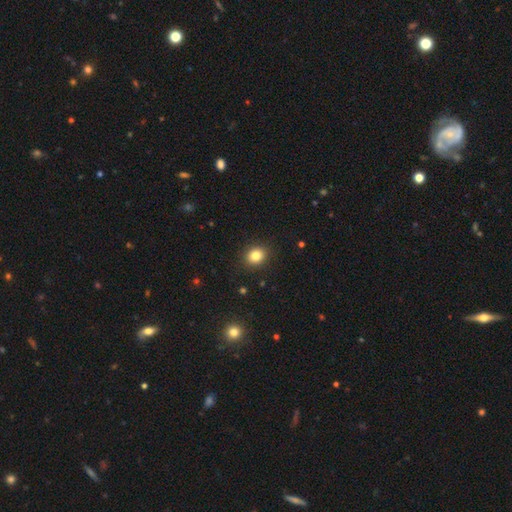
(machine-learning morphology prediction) Smooth or featured?
  - smooth: 83% *
  - star or artifact: 11%
  - featured or disk: 6%
How rounded?
  - round: 63% *
  - in between: 36%
  - cigar-shaped: 1%
Merging?
  - none: 90% *
  - minor disturbance: 7%
  - major disturbance: 2%
  - merger: 1%